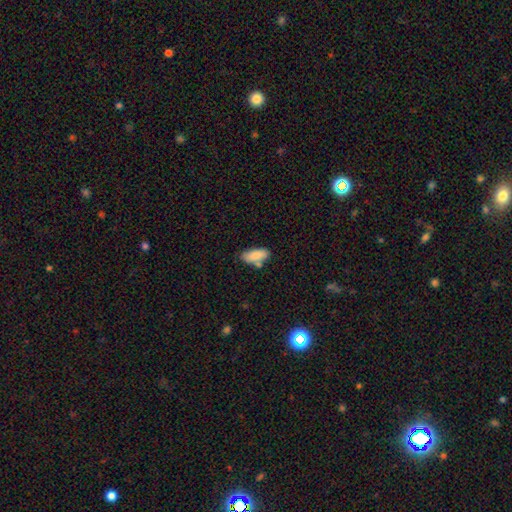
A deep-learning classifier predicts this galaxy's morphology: This appears to be a smooth galaxy with no disk features (82%) that is in between round and cigar-shaped (85%). Merging: none (66%).